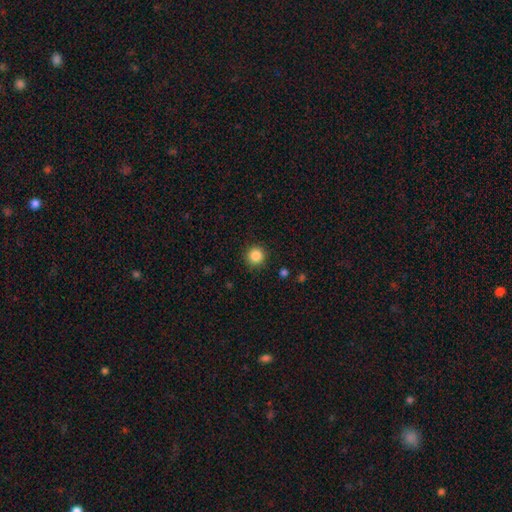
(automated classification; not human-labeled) smooth_or_featured: smooth (p=0.86) [alt: star or artifact p=0.10]
how_rounded: round (p=0.95) [alt: in between p=0.04]
merging: none (p=0.90) [alt: minor disturbance p=0.06]